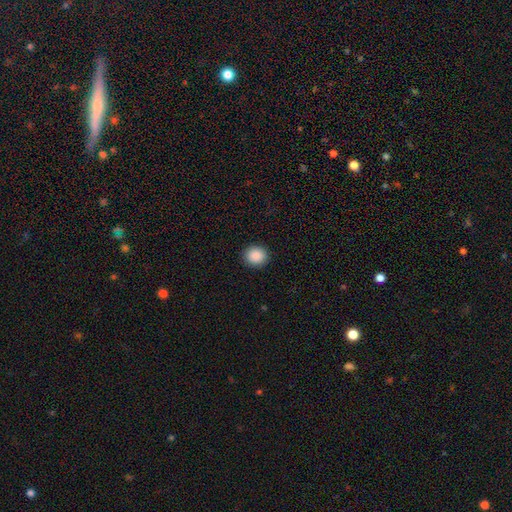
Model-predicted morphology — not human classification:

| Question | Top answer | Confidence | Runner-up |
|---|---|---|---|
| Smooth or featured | smooth | 89% | star or artifact (8%) |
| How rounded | round | 82% | in between (18%) |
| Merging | none | 92% | minor disturbance (5%) |